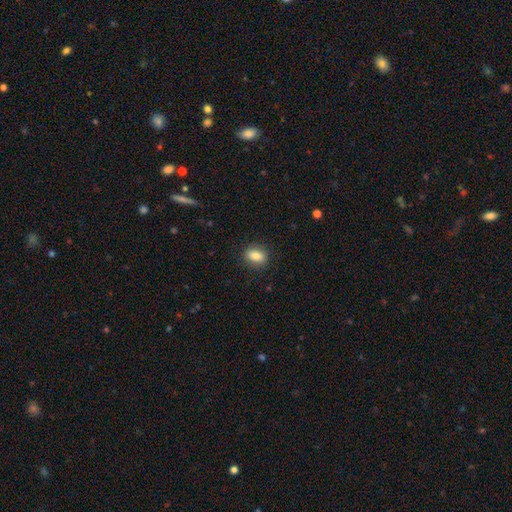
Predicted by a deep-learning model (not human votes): This appears to be a smooth galaxy with no disk features (85%) that is in between round and cigar-shaped (77%). Merging: none (86%).